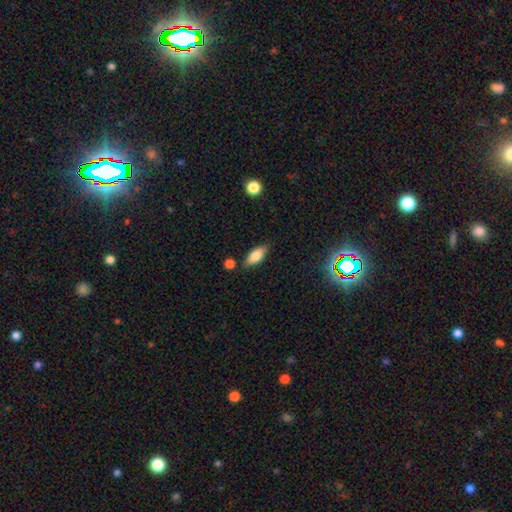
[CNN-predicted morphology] smooth_or_featured: smooth (p=0.79) [alt: featured or disk p=0.13]
how_rounded: in between (p=0.83) [alt: cigar-shaped p=0.14]
merging: none (p=0.79) [alt: minor disturbance p=0.14]